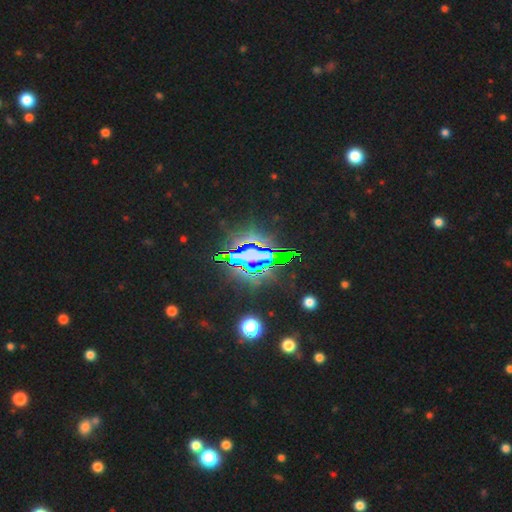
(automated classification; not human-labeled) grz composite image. It shows a star or artifact, not a galaxy (75%).